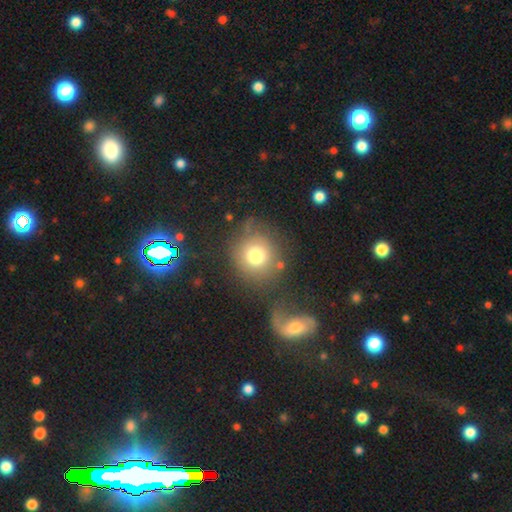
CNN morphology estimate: Smooth or featured: smooth — 74% (featured or disk — 15%)
How rounded: round — 88% (in between — 11%)
Merging: none — 68% (minor disturbance — 13%)